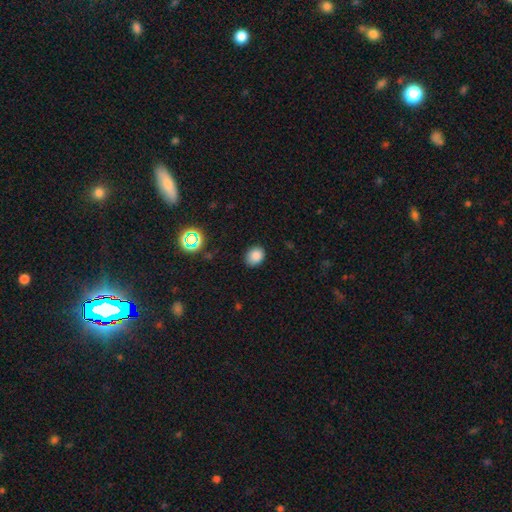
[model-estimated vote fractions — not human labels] smooth 83%, star or artifact 12%, featured or disk 4%. Down the decision tree: how rounded — round (52%); merging — none (84%).